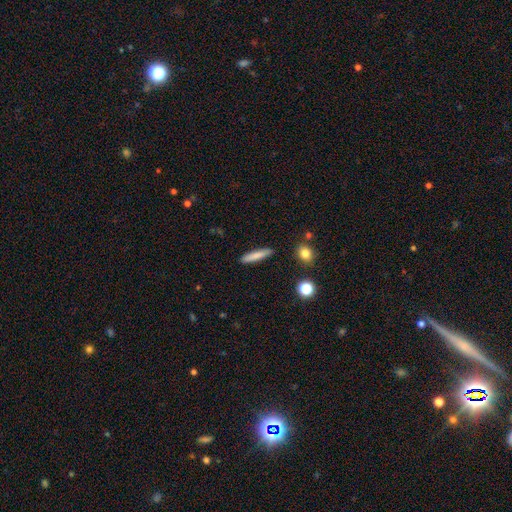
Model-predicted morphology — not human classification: type=smooth (78%); roundness=cigar-shaped (90%); merging=none (90%).